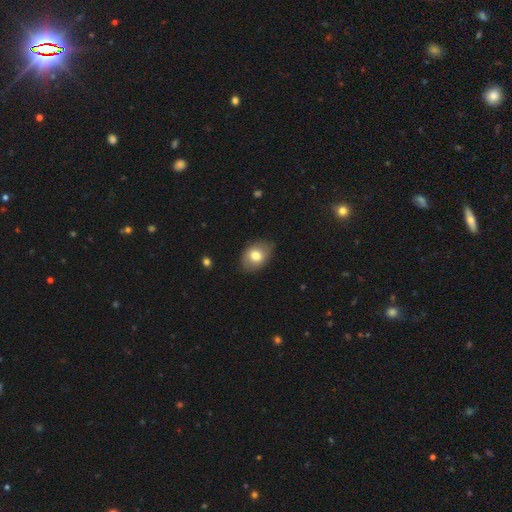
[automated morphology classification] type=smooth (77%); roundness=in between (75%); merging=none (79%).